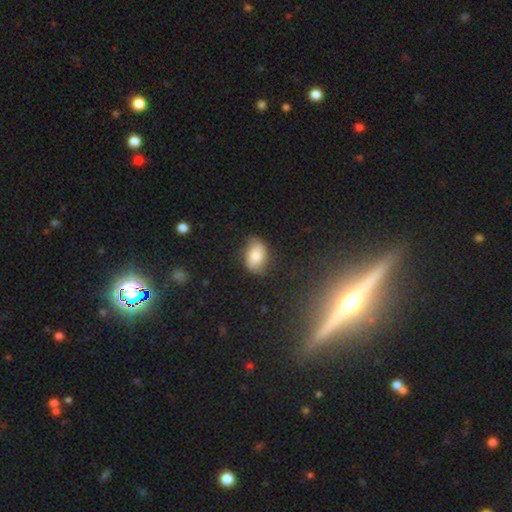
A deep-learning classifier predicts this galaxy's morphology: A smooth galaxy with no disk features (76%) that is in between round and cigar-shaped (85%).

Vote fractions:
- Smooth or featured? smooth: 76% / featured or disk: 16% / star or artifact: 8%
- How rounded? in between: 85% / round: 13% / cigar-shaped: 2%
- Merging? none: 69% / minor disturbance: 24% / major disturbance: 6% / merger: 2%